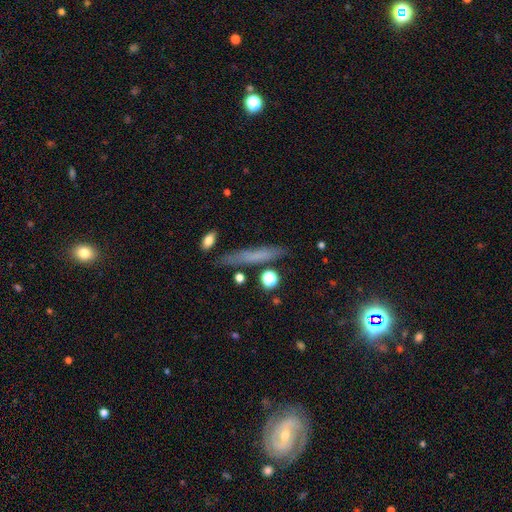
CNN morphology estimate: Q: Smooth or featured?
A: smooth (61%); runner-up: featured or disk (26%)
Q: How rounded?
A: cigar-shaped (90%); runner-up: in between (7%)
Q: Merging?
A: none (81%); runner-up: minor disturbance (12%)